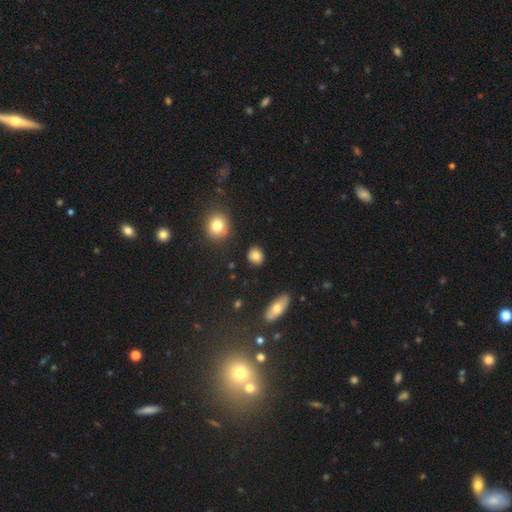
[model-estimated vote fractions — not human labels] This appears to be a smooth galaxy with no disk features (82%) that is round (67%). Merging: none (85%).